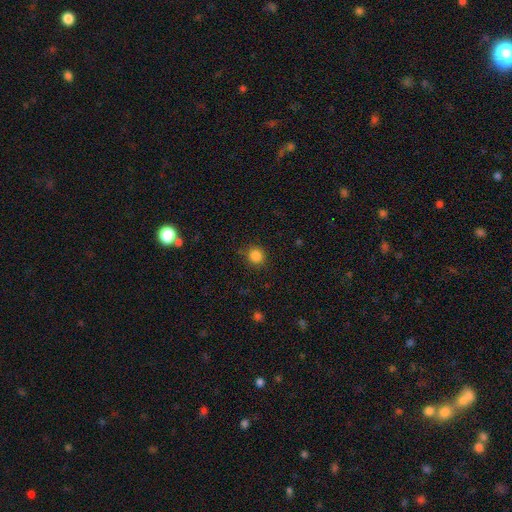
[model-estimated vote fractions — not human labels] This is clearly a smooth galaxy (85%). How rounded: clearly round (89%). Merging: clearly none (85%).